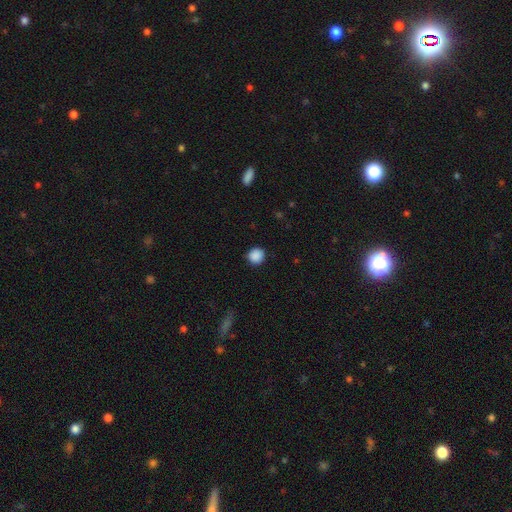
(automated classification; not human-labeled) A smooth galaxy with no disk features (89%) that is round (93%). Merging: none (90%).